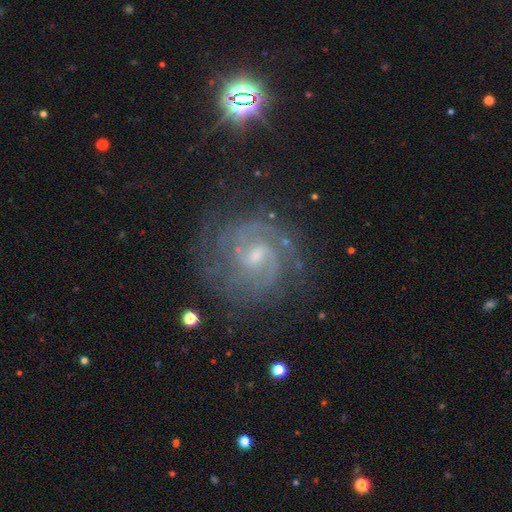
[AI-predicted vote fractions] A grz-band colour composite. It shows a featured or disk galaxy (88%) with a weak bar (62%), 2 (52%) tight (55%) spiral arms (98%) and a small central bulge (64%). Merging: none (75%).